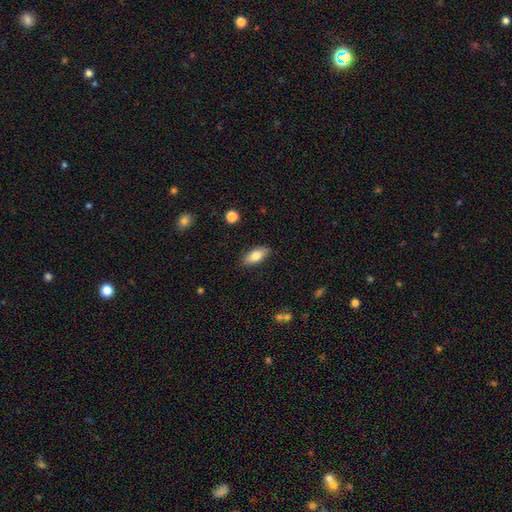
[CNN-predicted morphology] Smooth or featured? smooth (81%)
How rounded? in between (83%)
Merging? none (87%)